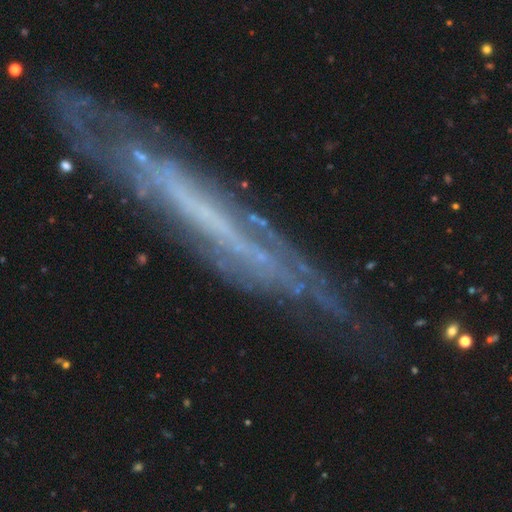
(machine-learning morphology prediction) Smooth or featured? featured or disk (71%)
Edge-on disk? yes (71%)
Edge-on bulge? none (83%)
Merging? none (67%)